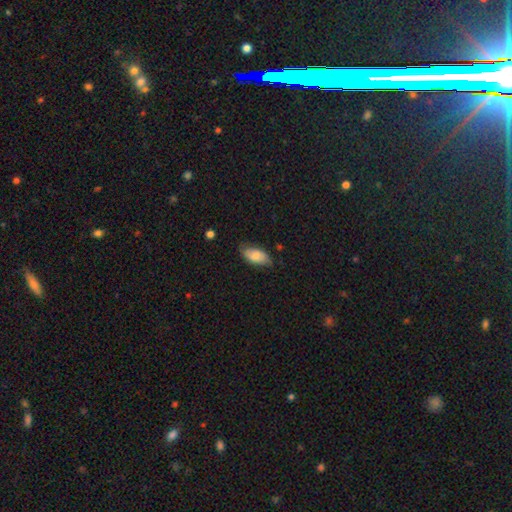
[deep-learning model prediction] Smooth or featured? smooth (73%)
How rounded? in between (92%)
Merging? none (69%)